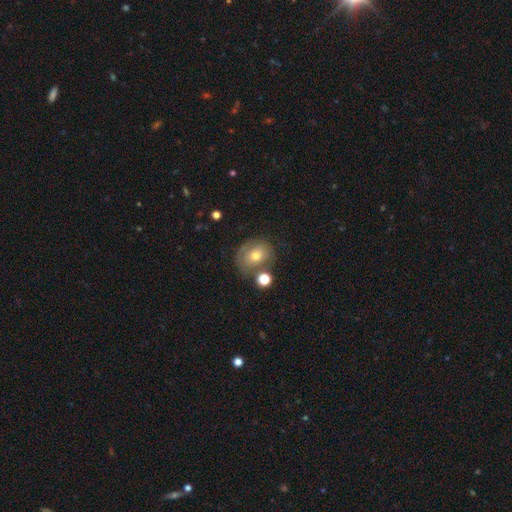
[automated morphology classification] smooth_or_featured: smooth (p=0.59) [alt: featured or disk p=0.30]
how_rounded: round (p=0.60) [alt: in between p=0.39]
merging: none (p=0.55) [alt: minor disturbance p=0.20]